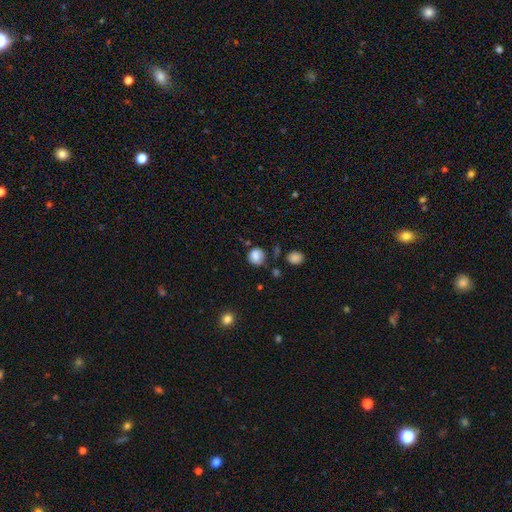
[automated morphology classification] A smooth galaxy with no disk features (83%) that is round (79%). Merging: none (69%).